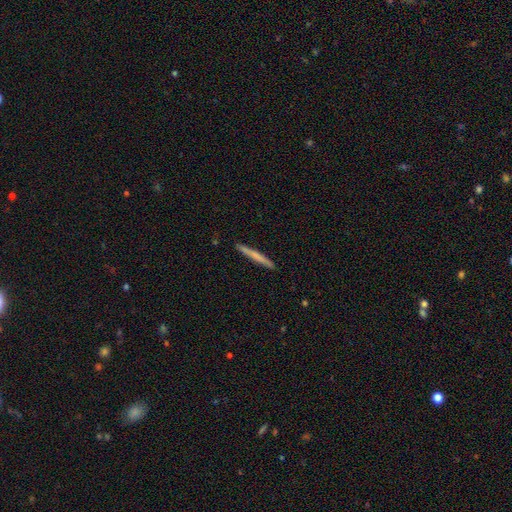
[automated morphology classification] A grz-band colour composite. It shows a smooth galaxy with no disk features (60%) that is cigar-shaped (97%). Merging: none (92%).